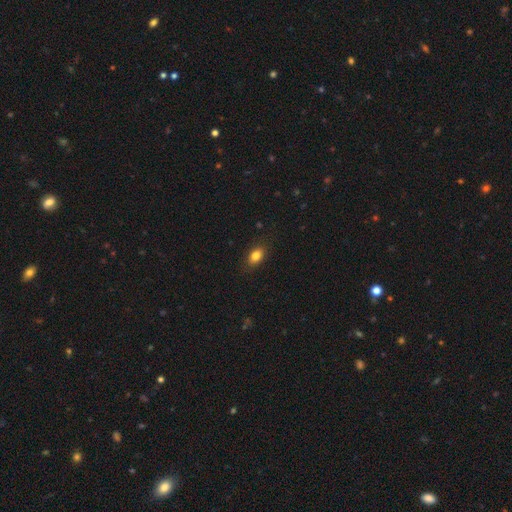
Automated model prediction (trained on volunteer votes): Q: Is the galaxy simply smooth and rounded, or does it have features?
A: smooth — 83%.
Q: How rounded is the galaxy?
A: in between — 82%.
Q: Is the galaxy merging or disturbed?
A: none — 85%.